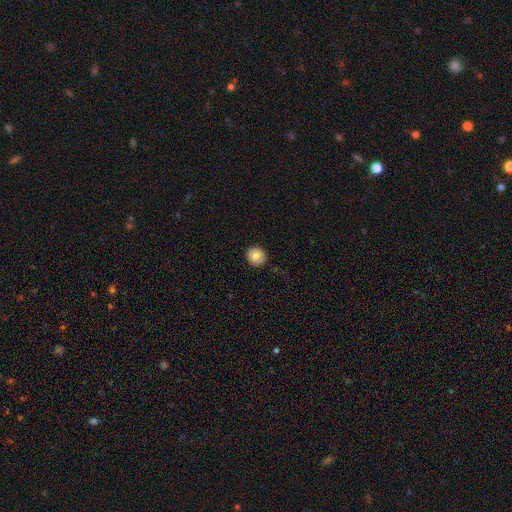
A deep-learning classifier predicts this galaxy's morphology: The model was most divided on "smooth or featured": smooth: 82%, featured or disk: 10%, star or artifact: 8%. More confident: merging — none (89%); how rounded — round (89%).